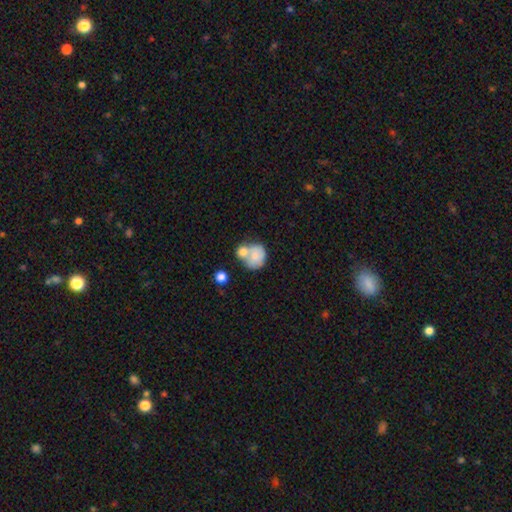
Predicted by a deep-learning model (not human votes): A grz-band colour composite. It shows a smooth galaxy with no disk features (67%) that is round (70%). Merging: merger (56%).